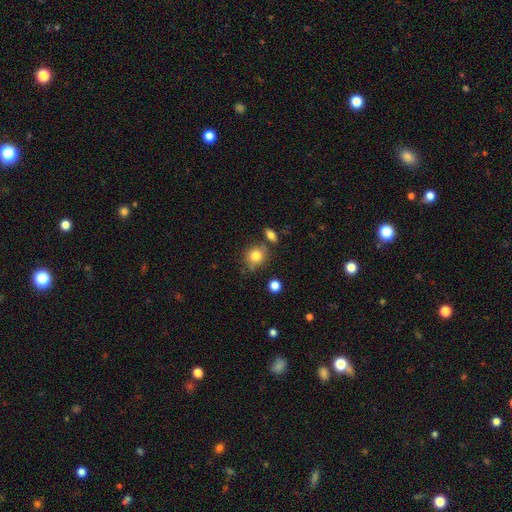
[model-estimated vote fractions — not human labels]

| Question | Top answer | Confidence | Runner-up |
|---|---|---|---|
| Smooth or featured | smooth | 81% | star or artifact (10%) |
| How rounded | round | 76% | in between (23%) |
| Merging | none | 68% | minor disturbance (17%) |